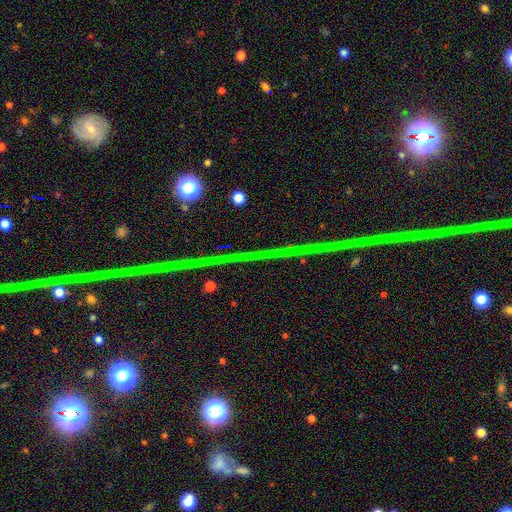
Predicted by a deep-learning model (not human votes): Morphology: type=star or artifact (83%).